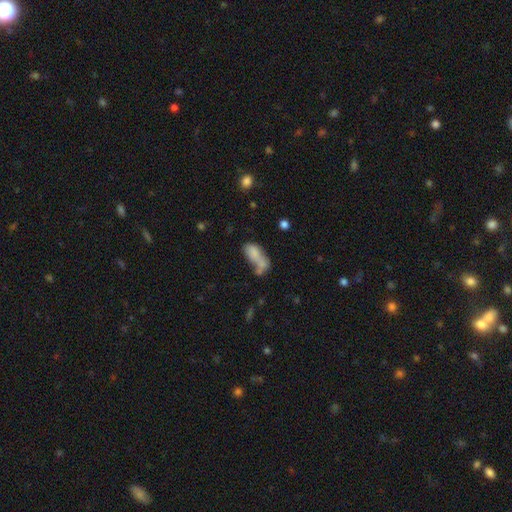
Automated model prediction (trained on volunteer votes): Smooth or featured? smooth (72%)
How rounded? in between (82%)
Merging? merger (47%)